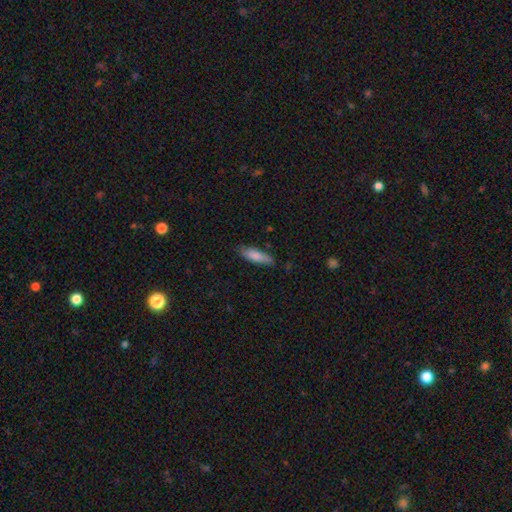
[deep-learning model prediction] Q: Smooth or featured?
A: smooth (82%); runner-up: featured or disk (13%)
Q: How rounded?
A: cigar-shaped (57%); runner-up: in between (41%)
Q: Merging?
A: none (79%); runner-up: minor disturbance (17%)